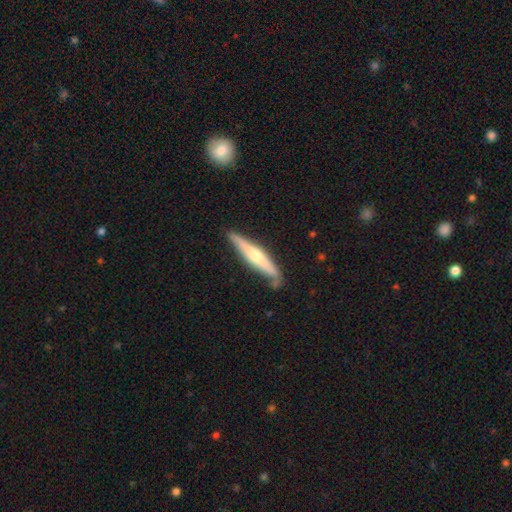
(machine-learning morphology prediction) Q: Smooth or featured?
A: featured or disk (65%); runner-up: smooth (29%)
Q: Edge-on disk?
A: yes (95%); runner-up: no (5%)
Q: Edge-on bulge?
A: rounded (80%); runner-up: none (11%)
Q: Merging?
A: none (81%); runner-up: minor disturbance (14%)